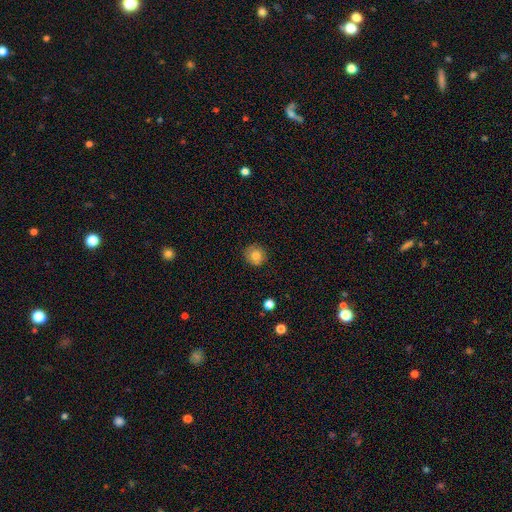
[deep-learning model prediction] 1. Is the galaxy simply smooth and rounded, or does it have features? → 80% smooth, 10% featured or disk, 10% star or artifact.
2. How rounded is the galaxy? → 90% round, 9% in between, 1% cigar-shaped.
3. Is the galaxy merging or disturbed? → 86% none, 11% minor disturbance, 2% major disturbance, 1% merger.